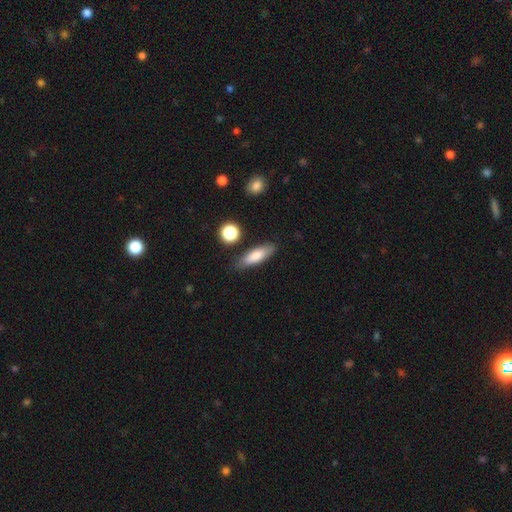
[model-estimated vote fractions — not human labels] Morphology: type=smooth (78%); roundness=in between (51%); merging=none (82%).